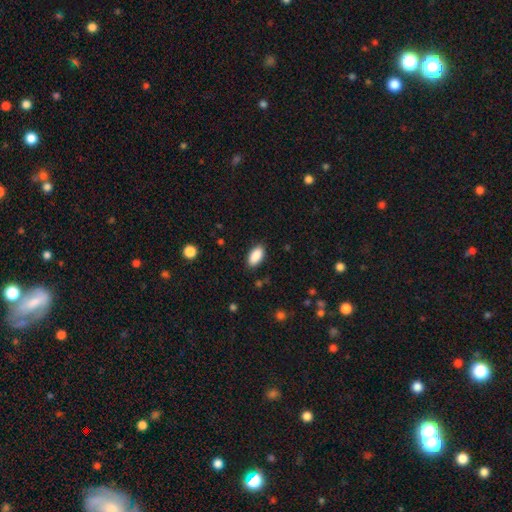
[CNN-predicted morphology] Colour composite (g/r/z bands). It shows a smooth galaxy with no disk features (89%) that is in between round and cigar-shaped (93%). Merging: none (87%).